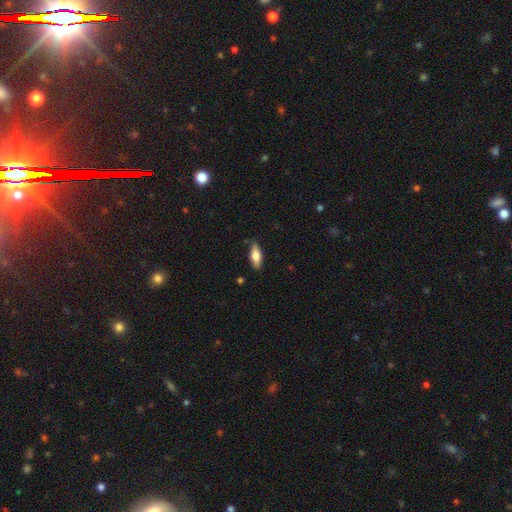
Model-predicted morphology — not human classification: A smooth galaxy with no disk features (74%) that is in between round and cigar-shaped (75%). Merging: none (83%).